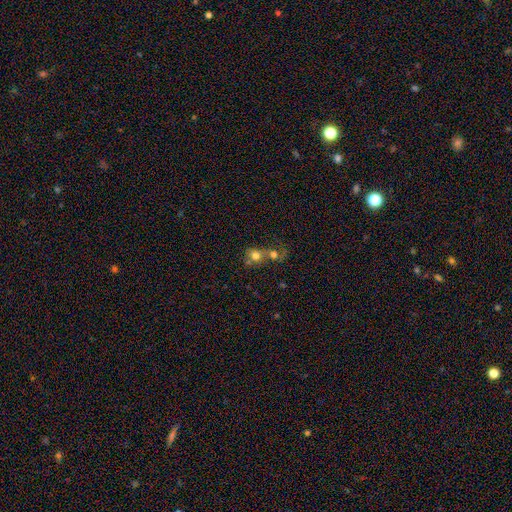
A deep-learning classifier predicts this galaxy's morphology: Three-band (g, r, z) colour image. It shows a smooth galaxy with no disk features (70%) that is round (73%). Merging: merger (67%).